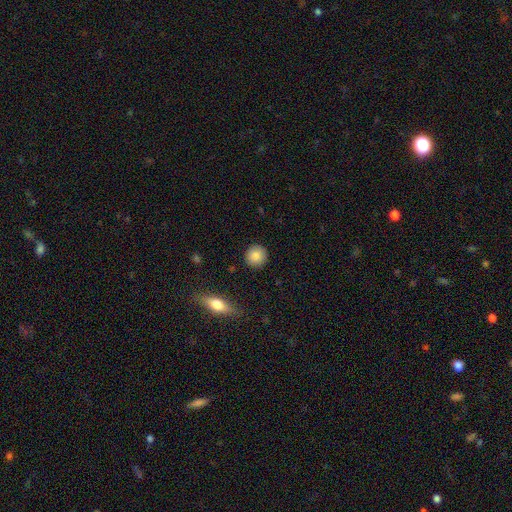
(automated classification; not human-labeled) smooth_or_featured: smooth (p=0.86) [alt: star or artifact p=0.08]
how_rounded: round (p=0.92) [alt: in between p=0.07]
merging: none (p=0.90) [alt: minor disturbance p=0.07]